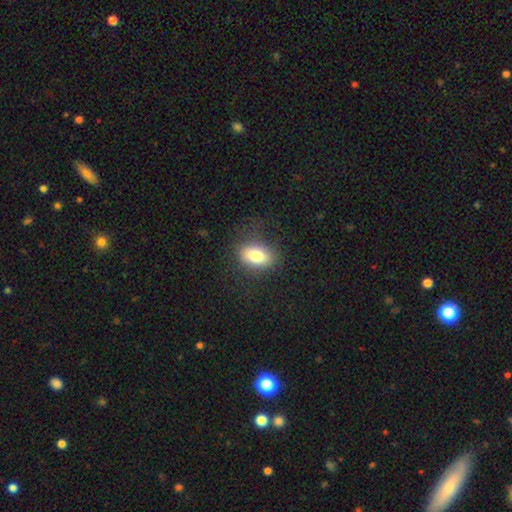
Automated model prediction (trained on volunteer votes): Overall: smooth (78%). How rounded: in between (82%). Merging: none (79%).